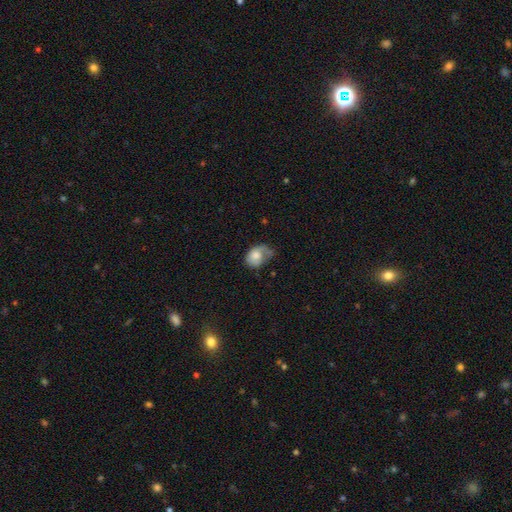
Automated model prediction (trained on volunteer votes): smooth_or_featured: smooth (p=0.67) [alt: featured or disk p=0.25]
how_rounded: in between (p=0.65) [alt: round p=0.34]
merging: minor disturbance (p=0.35) [alt: major disturbance p=0.30]